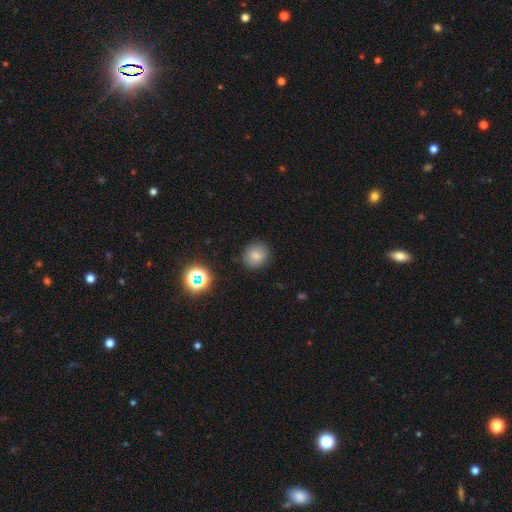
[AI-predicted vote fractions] Smooth or featured: smooth — 78% (star or artifact — 14%)
How rounded: round — 88% (in between — 11%)
Merging: none — 88% (minor disturbance — 8%)